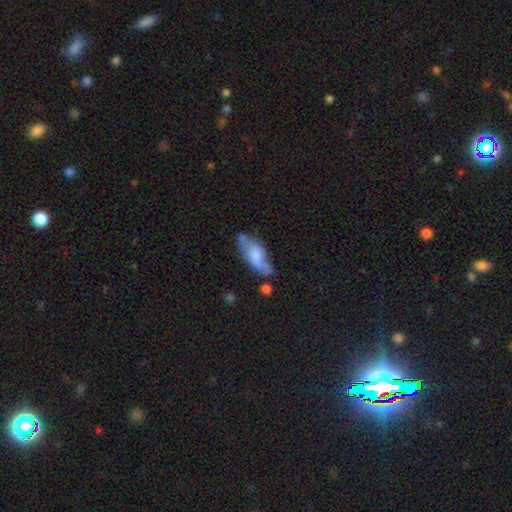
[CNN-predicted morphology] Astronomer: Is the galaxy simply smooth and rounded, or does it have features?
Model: smooth — 53% (runner-up: featured or disk, 40%).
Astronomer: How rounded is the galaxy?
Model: in between — 74%.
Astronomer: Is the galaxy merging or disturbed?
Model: none — 49% (runner-up: minor disturbance, 28%).